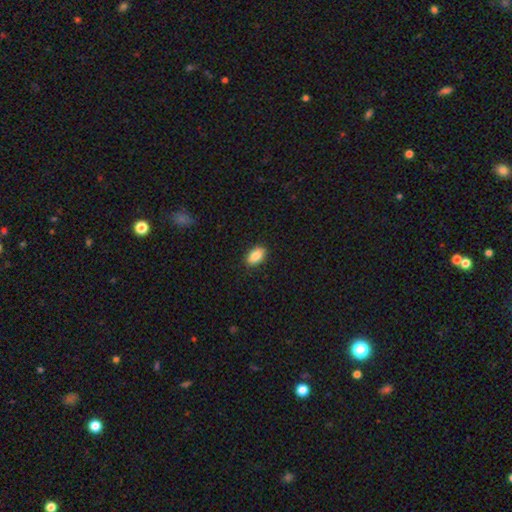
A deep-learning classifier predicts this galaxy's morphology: Smooth or featured: smooth — 85% (star or artifact — 7%)
How rounded: in between — 91% (round — 6%)
Merging: none — 88% (minor disturbance — 9%)